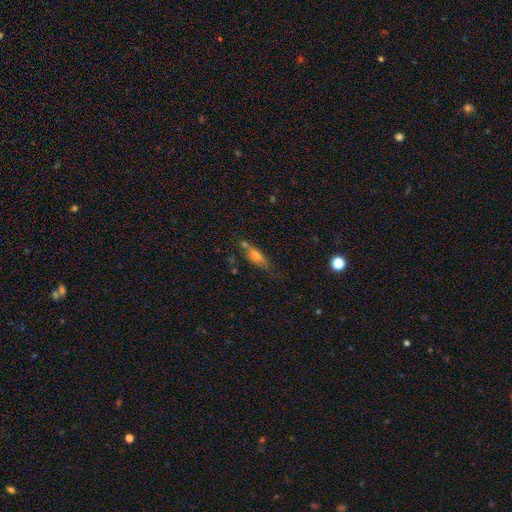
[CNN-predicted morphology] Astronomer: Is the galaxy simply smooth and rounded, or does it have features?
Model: smooth — 57%.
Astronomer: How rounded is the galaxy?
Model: in between — 53% (runner-up: cigar-shaped, 42%).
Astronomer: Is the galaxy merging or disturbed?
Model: none — 51%.